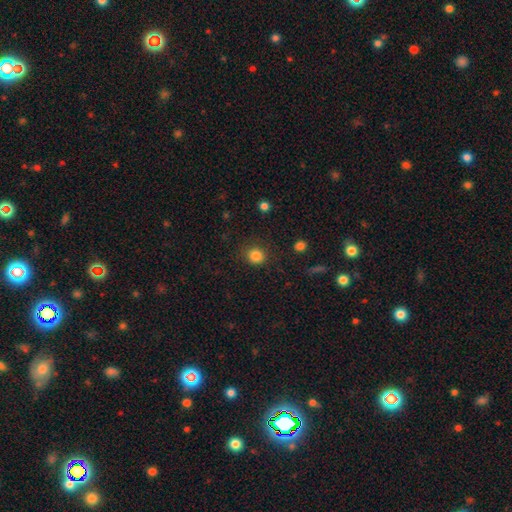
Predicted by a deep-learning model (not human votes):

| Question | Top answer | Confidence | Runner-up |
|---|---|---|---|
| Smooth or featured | smooth | 84% | star or artifact (11%) |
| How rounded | round | 89% | in between (10%) |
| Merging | none | 87% | minor disturbance (9%) |